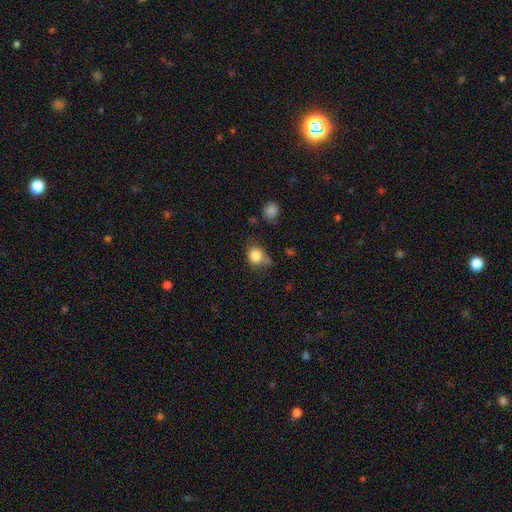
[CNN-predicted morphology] Smooth or featured: smooth — 83% (star or artifact — 10%)
How rounded: round — 68% (in between — 31%)
Merging: none — 50% (minor disturbance — 34%)